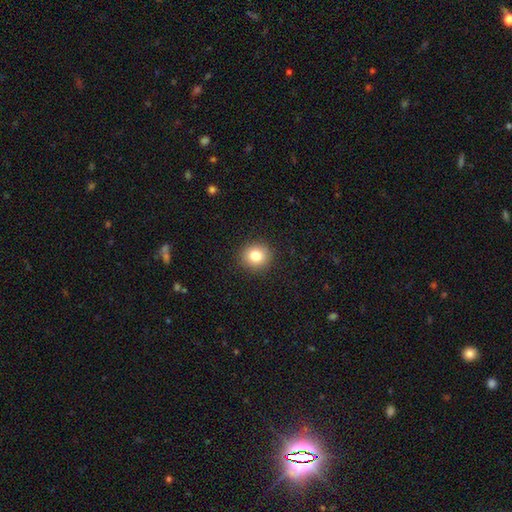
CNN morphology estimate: type=smooth (81%); roundness=round (89%); merging=none (91%).